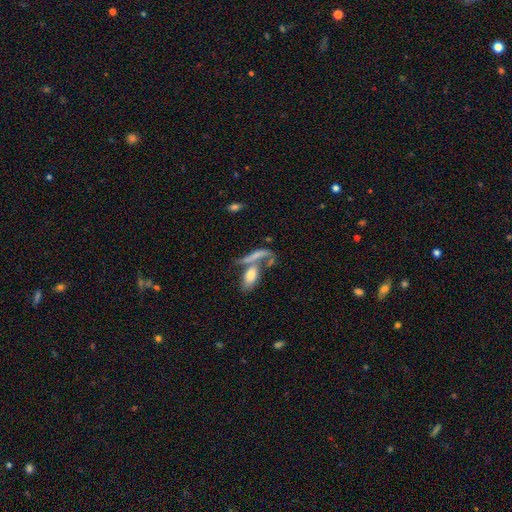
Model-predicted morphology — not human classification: This is possibly a smooth galaxy (47%). Merging: marginally merger (44%).